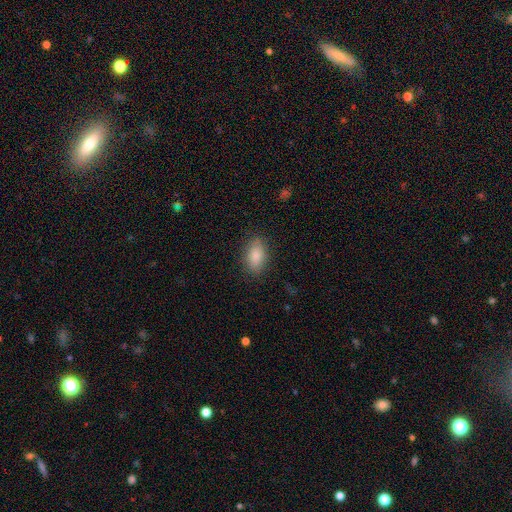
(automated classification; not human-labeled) This appears to be a smooth galaxy with no disk features (86%) that is in between round and cigar-shaped (90%). Merging: none (85%).